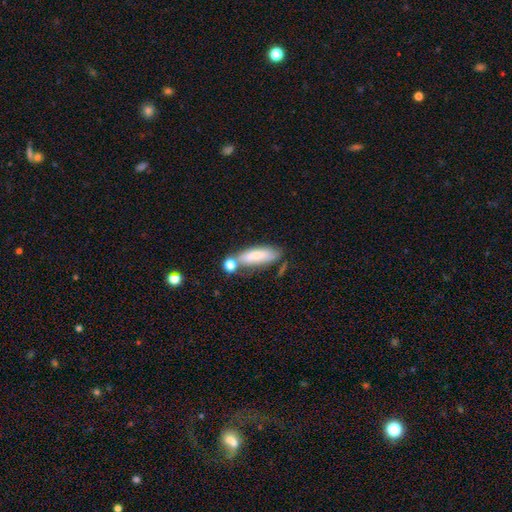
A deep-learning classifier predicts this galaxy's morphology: This is likely a smooth galaxy (72%). How rounded: possibly in between (52%). Merging: possibly none (53%).